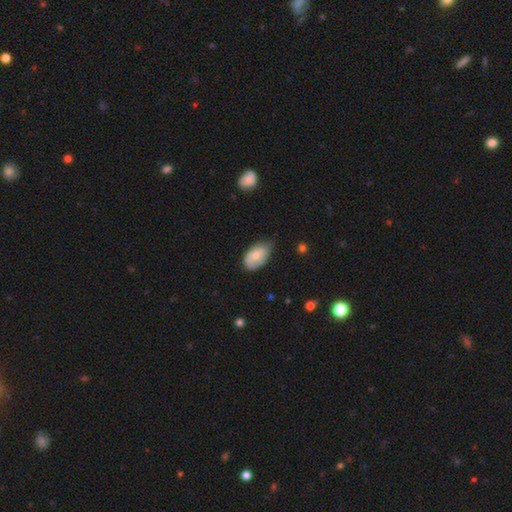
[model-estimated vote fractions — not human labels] smooth 68%, featured or disk 25%, star or artifact 6%. Down the decision tree: how rounded — in between (93%); merging — none (48%).